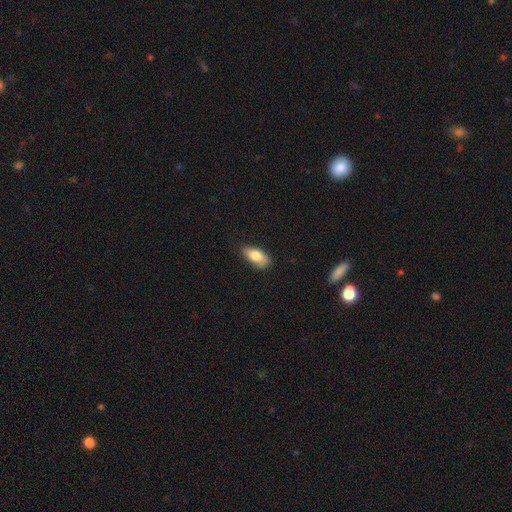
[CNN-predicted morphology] This appears to be a smooth galaxy with no disk features (79%) that is in between round and cigar-shaped (88%). Merging: none (72%).